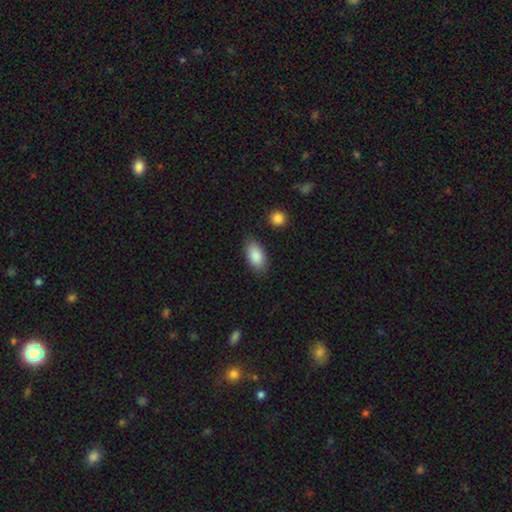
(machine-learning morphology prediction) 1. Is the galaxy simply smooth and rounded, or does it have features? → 88% smooth, 6% star or artifact, 6% featured or disk.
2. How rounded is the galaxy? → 93% in between, 4% cigar-shaped, 4% round.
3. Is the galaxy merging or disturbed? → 81% none, 13% minor disturbance, 3% major disturbance, 3% merger.